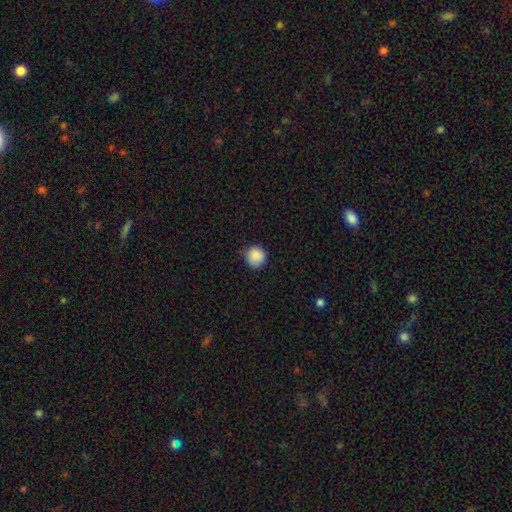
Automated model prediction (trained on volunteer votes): The model was most divided on "merging": none: 78%, minor disturbance: 18%, major disturbance: 3%, merger: 1%. More confident: how rounded — round (91%); smooth or featured — smooth (88%).